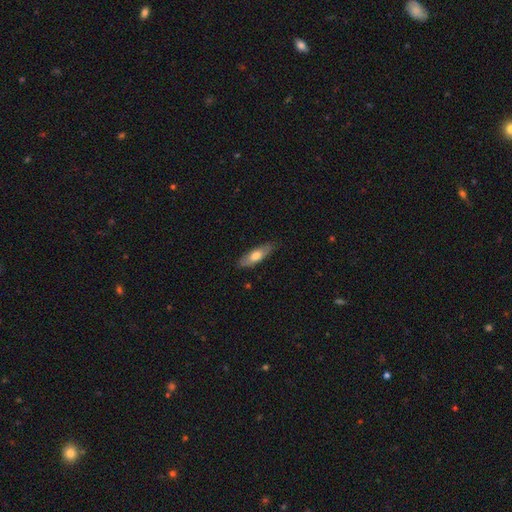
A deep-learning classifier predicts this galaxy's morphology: The model was most divided on "how rounded": in between: 54%, cigar-shaped: 44%, round: 2%. More confident: merging — none (82%); smooth or featured — smooth (65%).